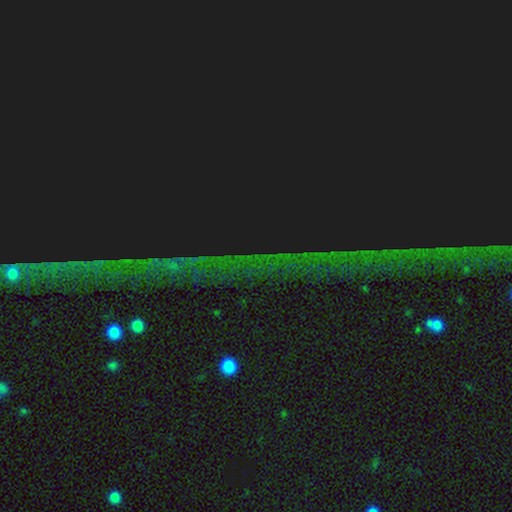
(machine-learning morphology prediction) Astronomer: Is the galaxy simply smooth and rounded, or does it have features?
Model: star or artifact — 87%.